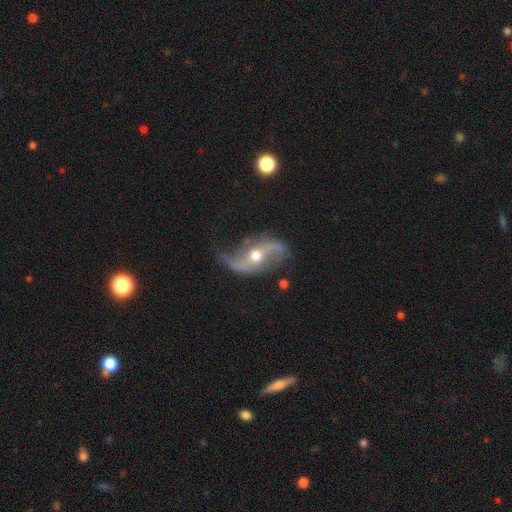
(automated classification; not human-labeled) Smooth or featured? featured or disk (89%)
Edge-on disk? no (95%)
Bar? no (41%)
Spiral arms? yes (96%)
Spiral winding? loose (81%)
Spiral arm count? 2 (93%)
Bulge size? moderate (70%)
Merging? none (65%)